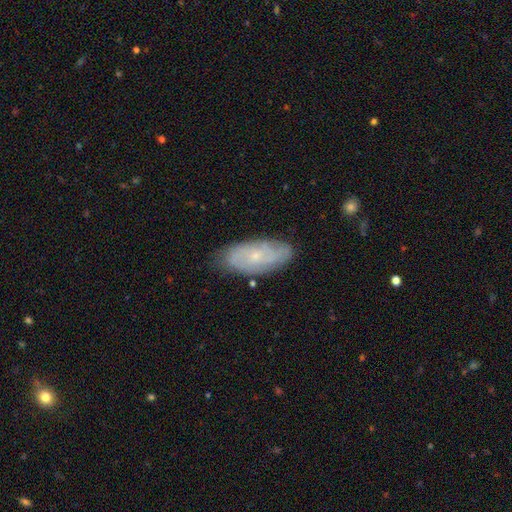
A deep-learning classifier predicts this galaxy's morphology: Overall: featured or disk (59%; smooth 34%). Edge-on disk: no (89%). Bar: no (78%). Spiral arms: yes (79%). Bulge size: small (71%). Merging: none (80%).